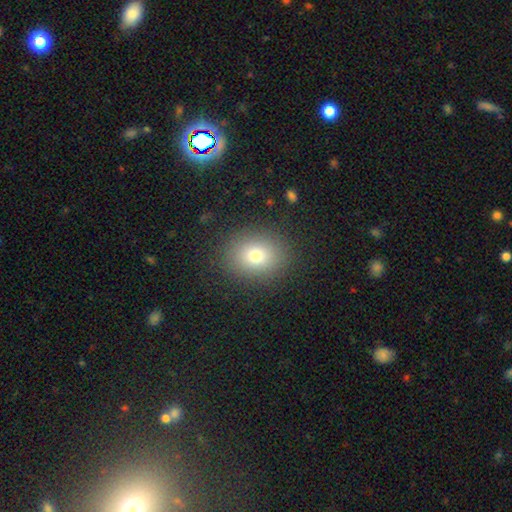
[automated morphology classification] smooth-or-featured: smooth: 77% | star or artifact: 13% | featured or disk: 10%
  how-rounded: round: 59% | in between: 40% | cigar-shaped: 1%
  merging: none: 88% | minor disturbance: 8% | major disturbance: 4% | merger: 1%